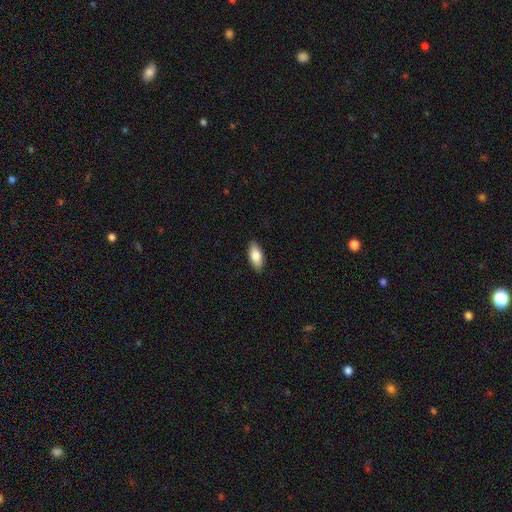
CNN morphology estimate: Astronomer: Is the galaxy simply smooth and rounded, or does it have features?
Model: smooth — 84%.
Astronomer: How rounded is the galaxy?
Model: in between — 88%.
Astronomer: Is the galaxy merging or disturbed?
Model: none — 89%.